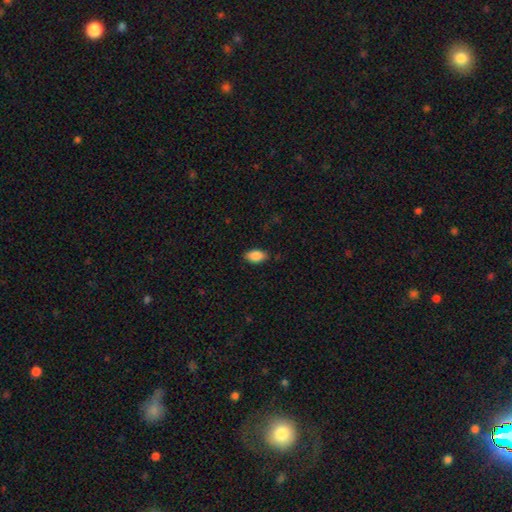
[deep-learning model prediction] This is clearly a smooth galaxy (88%). How rounded: clearly in between (93%). Merging: clearly none (85%).